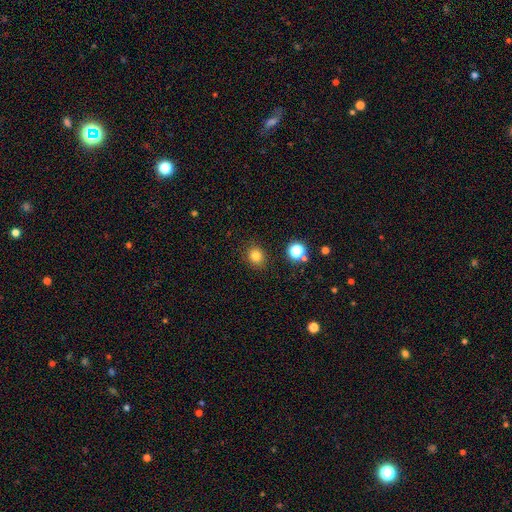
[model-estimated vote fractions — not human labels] smooth 80%, star or artifact 14%, featured or disk 6%. Down the decision tree: how rounded — round (75%); merging — none (88%).